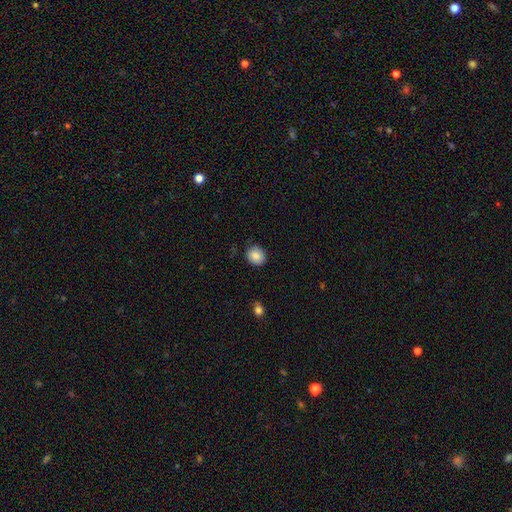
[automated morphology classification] A smooth galaxy with no disk features (86%) that is round (77%).

Vote fractions:
- Smooth or featured? smooth: 86% / star or artifact: 8% / featured or disk: 5%
- How rounded? round: 77% / in between: 22% / cigar-shaped: 1%
- Merging? none: 86% / minor disturbance: 10% / major disturbance: 2% / merger: 1%